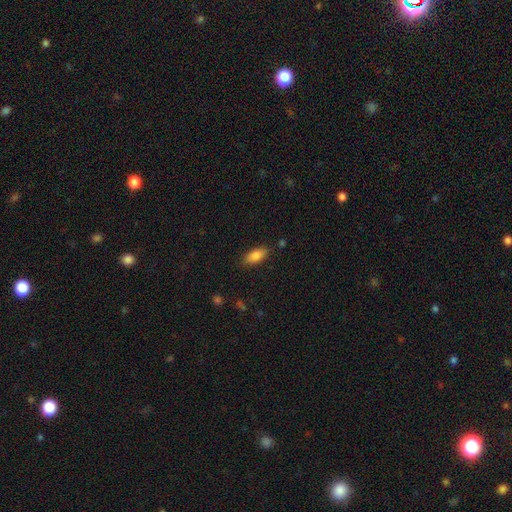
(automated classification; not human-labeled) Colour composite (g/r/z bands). It shows a smooth galaxy with no disk features (82%) that is in between round and cigar-shaped (84%). Merging: none (84%).